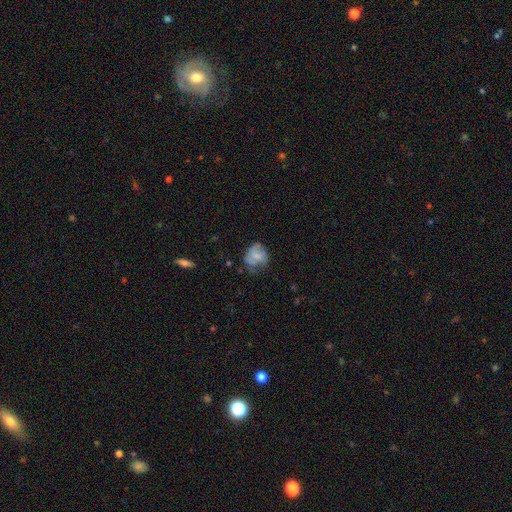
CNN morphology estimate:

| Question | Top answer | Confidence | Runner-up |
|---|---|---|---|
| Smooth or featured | smooth | 57% | featured or disk (34%) |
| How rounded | round | 62% | in between (37%) |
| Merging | none | 47% | minor disturbance (32%) |